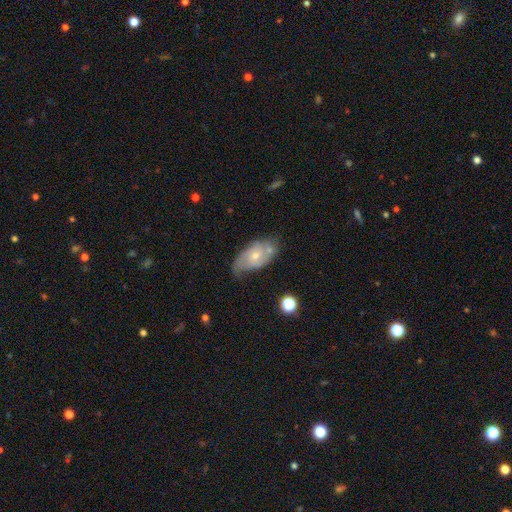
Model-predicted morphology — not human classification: Smooth or featured?
  - featured or disk: 64% *
  - smooth: 29%
  - star or artifact: 7%
Edge-on disk?
  - no: 94% *
  - yes: 6%
Bar?
  - no: 68% *
  - weak: 28%
  - strong: 4%
Spiral arms?
  - yes: 83% *
  - no: 17%
Bulge size?
  - small: 58% *
  - moderate: 38%
  - none: 2%
  - large: 1%
  - dominant: 1%
Merging?
  - none: 53% *
  - minor disturbance: 29%
  - merger: 9%
  - major disturbance: 9%